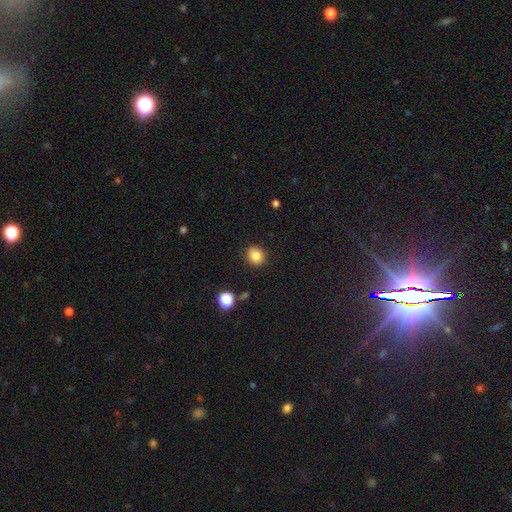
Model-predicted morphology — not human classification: Overall: smooth (85%). How rounded: round (80%). Merging: none (88%).